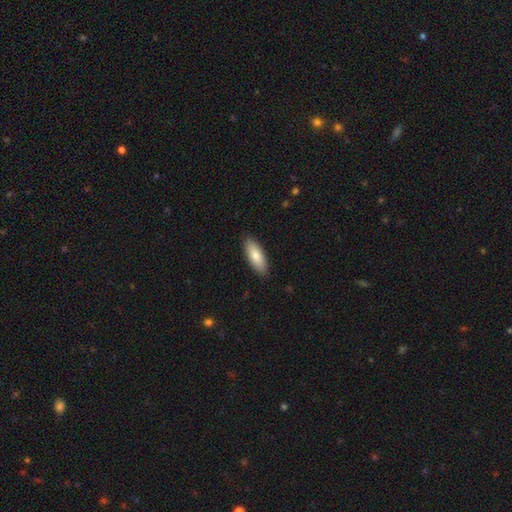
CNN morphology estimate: This appears to be a smooth galaxy with no disk features (81%) that is in between round and cigar-shaped (71%). Merging: none (89%).